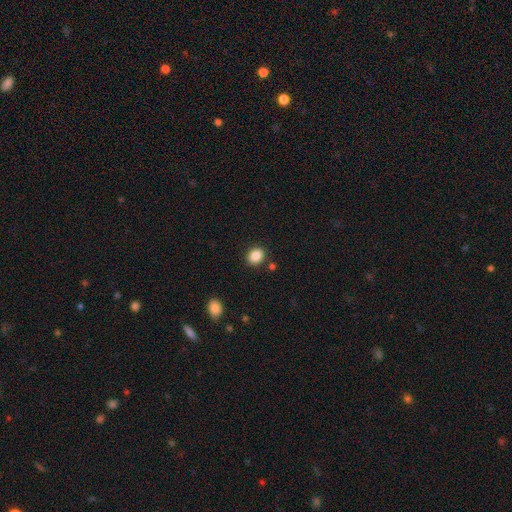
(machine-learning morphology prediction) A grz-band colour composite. It shows a smooth galaxy with no disk features (87%) that is round (58%). Merging: none (86%).